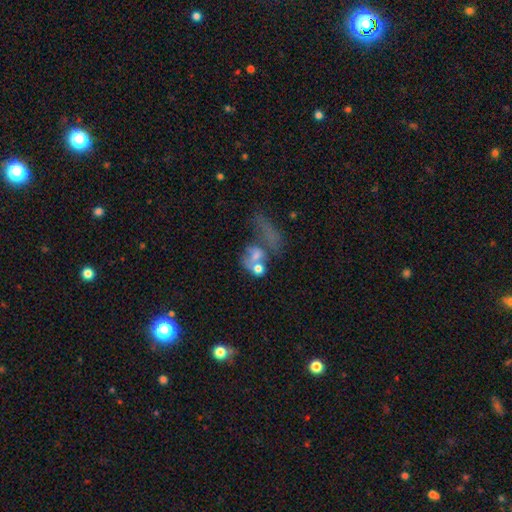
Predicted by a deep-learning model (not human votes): Smooth or featured?
  - smooth: 45% *
  - featured or disk: 35%
  - star or artifact: 20%
Merging?
  - merger: 40% *
  - major disturbance: 28%
  - none: 21%
  - minor disturbance: 11%